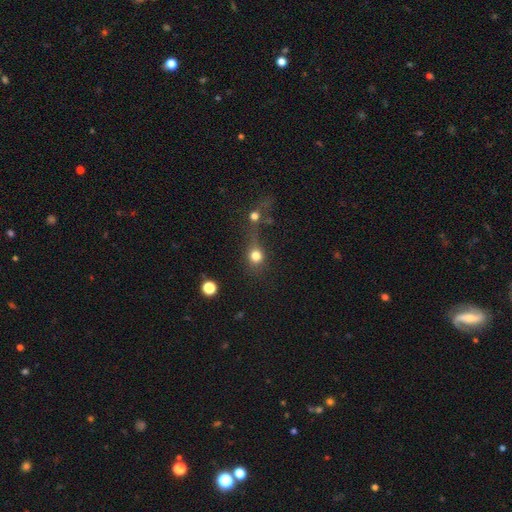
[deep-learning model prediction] Overall: smooth (75%). How rounded: round (80%). Merging: none (36%; merger 33%).